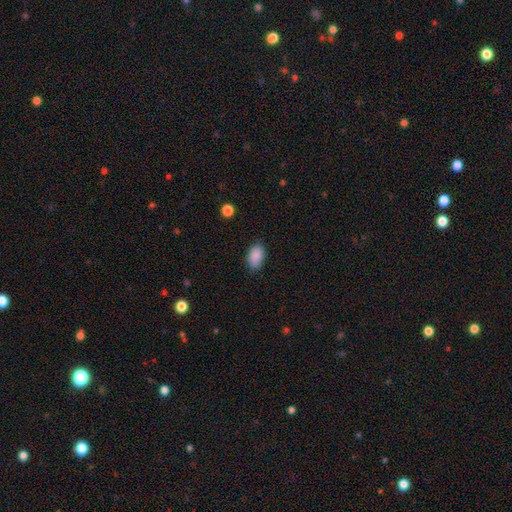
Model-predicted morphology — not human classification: A smooth galaxy with no disk features (89%) that is in between round and cigar-shaped (90%).

Vote fractions:
- Smooth or featured? smooth: 89% / star or artifact: 7% / featured or disk: 4%
- How rounded? in between: 90% / round: 8% / cigar-shaped: 1%
- Merging? none: 82% / minor disturbance: 14% / major disturbance: 3% / merger: 1%